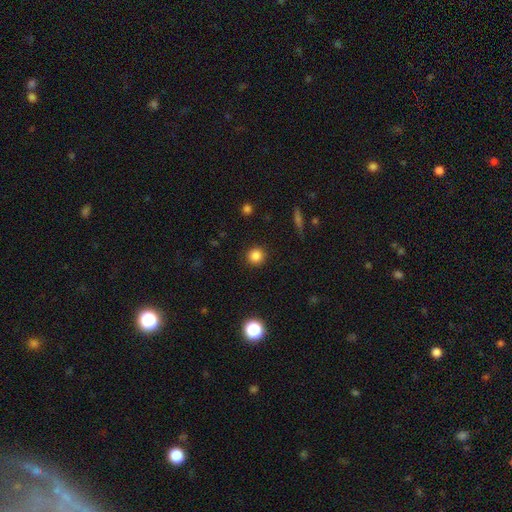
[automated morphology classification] Smooth or featured? Predicted: smooth (p=0.84). How rounded? Predicted: round (p=0.93). Merging? Predicted: none (p=0.91).